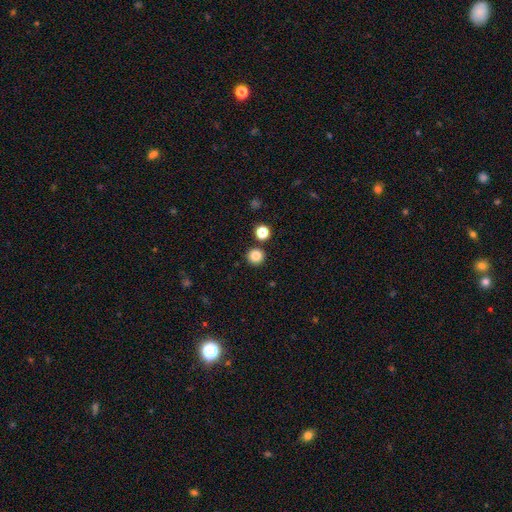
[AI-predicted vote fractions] Smooth or featured: smooth — 84% (star or artifact — 12%)
How rounded: round — 94% (in between — 5%)
Merging: none — 89% (minor disturbance — 5%)